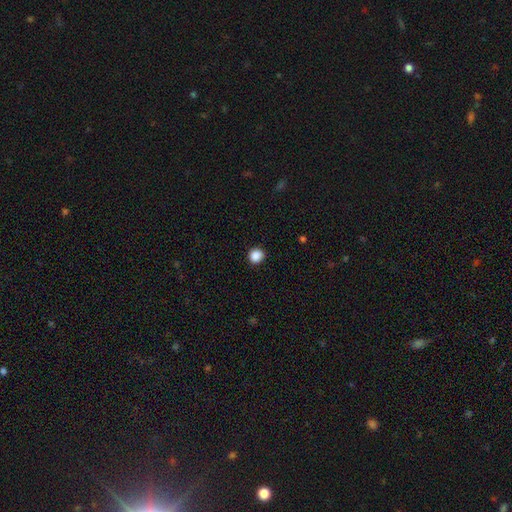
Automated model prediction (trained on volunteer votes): Morphology: type=smooth (88%); roundness=round (89%); merging=none (91%).